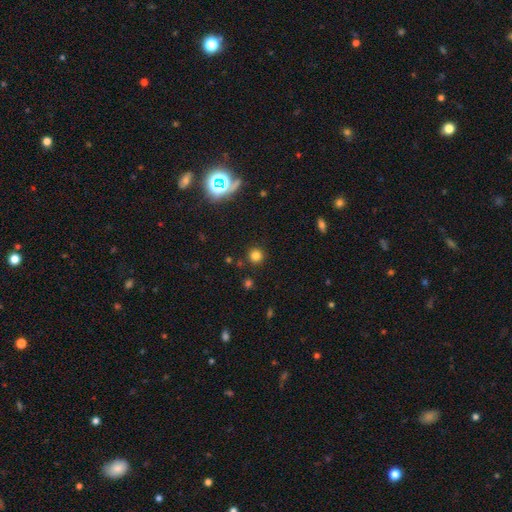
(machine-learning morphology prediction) The model was most divided on "smooth or featured": smooth: 78%, star or artifact: 17%, featured or disk: 5%. More confident: how rounded — round (94%); merging — none (89%).